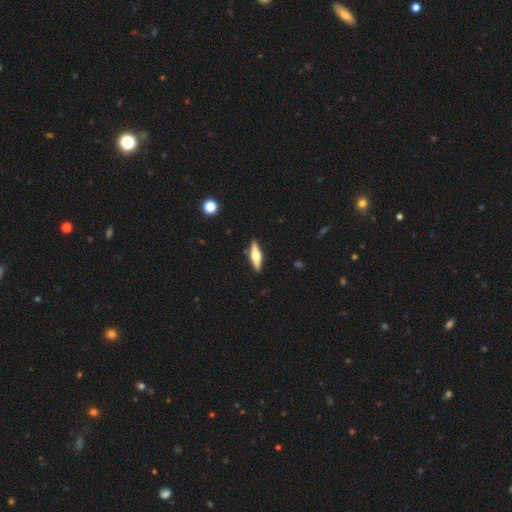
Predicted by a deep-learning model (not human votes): Smooth or featured? featured or disk (49%)
Merging? none (88%)